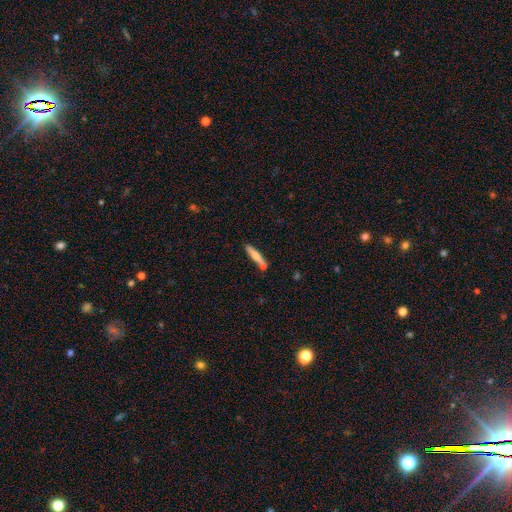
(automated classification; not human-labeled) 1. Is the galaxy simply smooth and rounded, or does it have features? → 58% smooth, 36% featured or disk, 6% star or artifact.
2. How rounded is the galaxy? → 88% cigar-shaped, 10% in between, 2% round.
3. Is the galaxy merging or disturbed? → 69% none, 16% merger, 12% minor disturbance, 3% major disturbance.